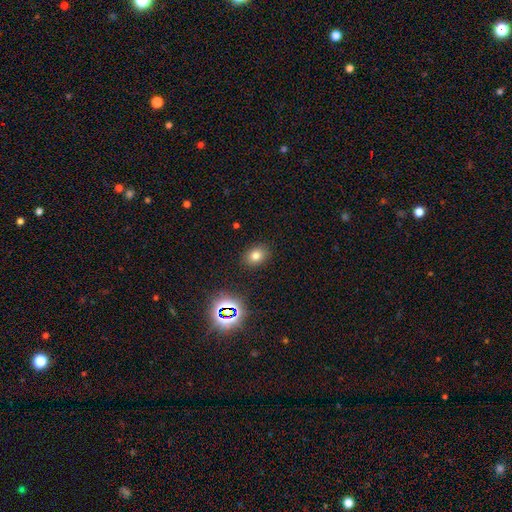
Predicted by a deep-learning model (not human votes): Smooth or featured: smooth — 74% (star or artifact — 18%)
How rounded: in between — 60% (round — 39%)
Merging: none — 88% (minor disturbance — 8%)